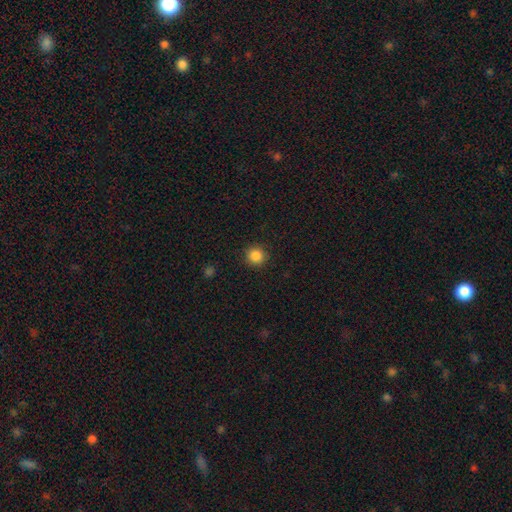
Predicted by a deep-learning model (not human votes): This appears to be a smooth galaxy with no disk features (86%) that is round (94%). Merging: none (92%).